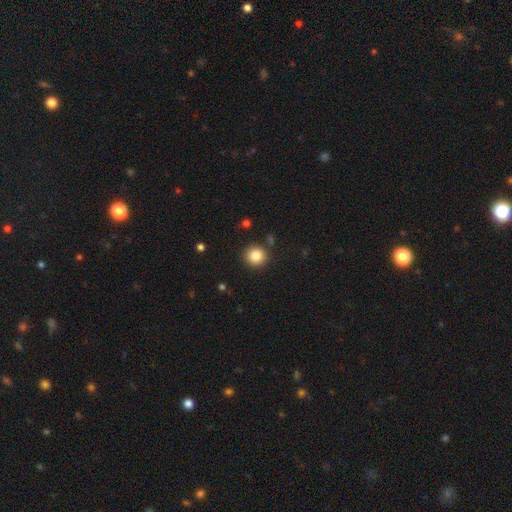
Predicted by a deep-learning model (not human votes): This appears to be a smooth galaxy with no disk features (86%) that is round (92%). Merging: none (88%).